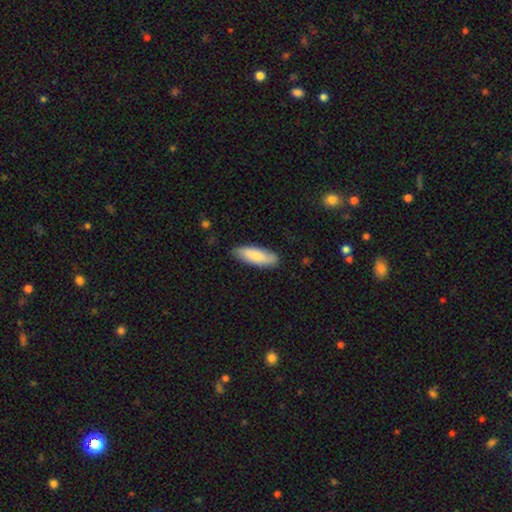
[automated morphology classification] Smooth or featured: smooth — 78% (featured or disk — 16%)
How rounded: in between — 61% (cigar-shaped — 37%)
Merging: none — 85% (minor disturbance — 12%)